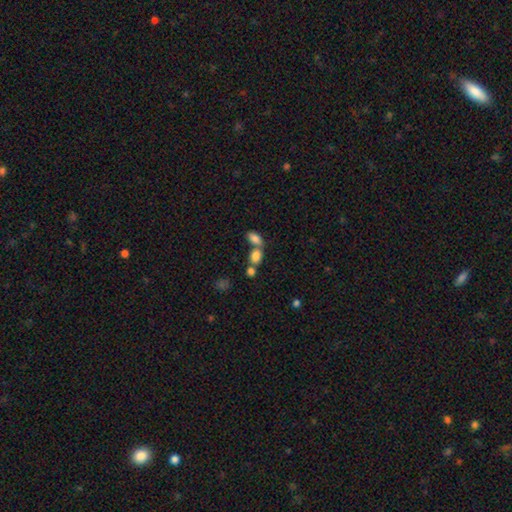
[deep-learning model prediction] A smooth galaxy with no disk features (81%) that is in between round and cigar-shaped (67%). Merging: merger (49%).